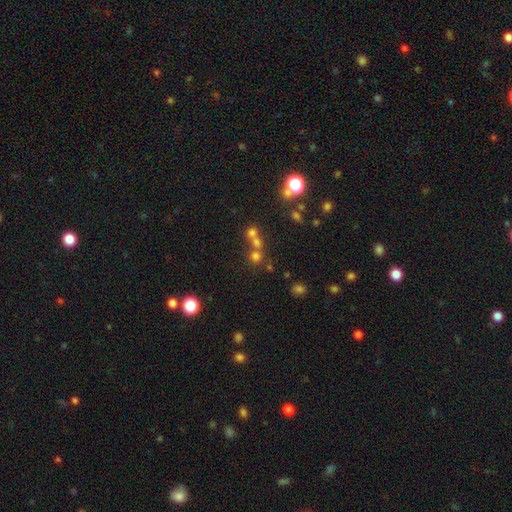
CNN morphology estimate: type=smooth (60%); roundness=round (85%); merging=none (47%).